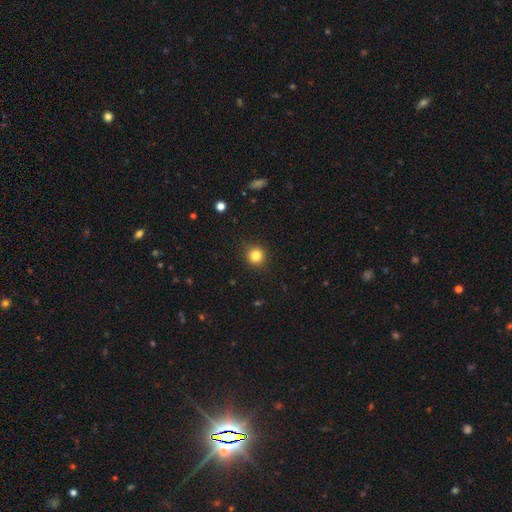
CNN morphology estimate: Q: Smooth or featured?
A: smooth (83%); runner-up: star or artifact (12%)
Q: How rounded?
A: round (91%); runner-up: in between (8%)
Q: Merging?
A: none (90%); runner-up: minor disturbance (7%)